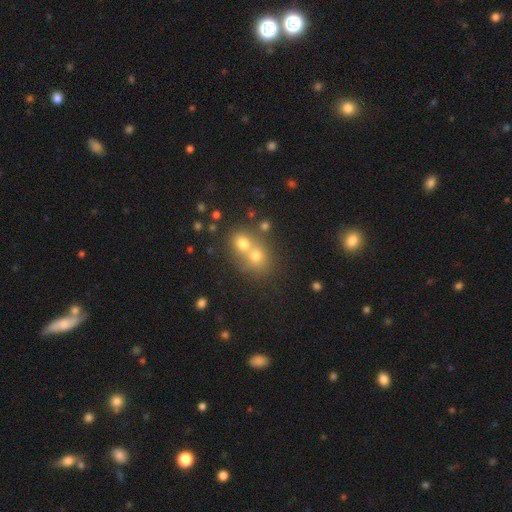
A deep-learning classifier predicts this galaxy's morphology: This is likely a smooth galaxy (69%). How rounded: likely round (73%). Merging: likely merger (60%).